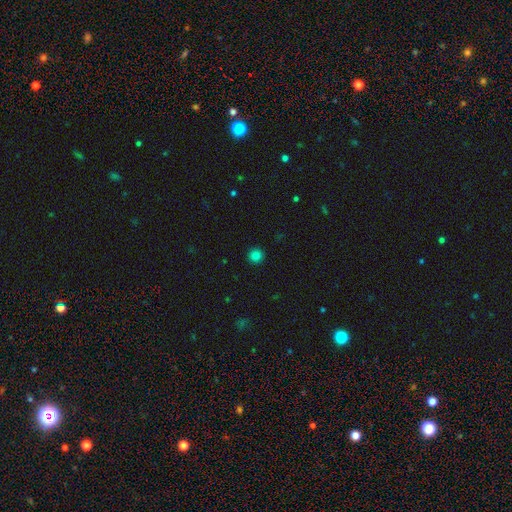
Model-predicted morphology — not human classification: Smooth or featured?
  - smooth: 82% *
  - star or artifact: 13%
  - featured or disk: 5%
How rounded?
  - round: 95% *
  - in between: 4%
  - cigar-shaped: 1%
Merging?
  - none: 93% *
  - minor disturbance: 5%
  - major disturbance: 2%
  - merger: 1%